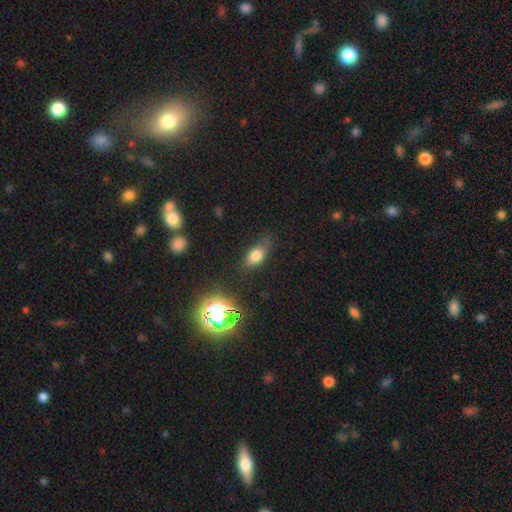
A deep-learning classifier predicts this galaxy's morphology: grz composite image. It shows a smooth galaxy with no disk features (72%) that is in between round and cigar-shaped (82%). Merging: none (66%).